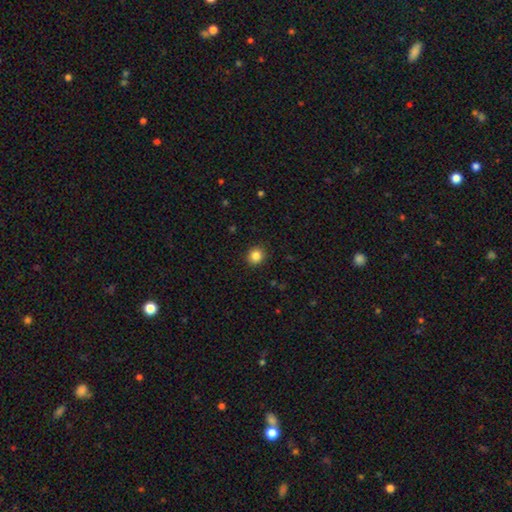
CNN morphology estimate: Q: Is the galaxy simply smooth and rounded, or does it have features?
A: smooth — 85%.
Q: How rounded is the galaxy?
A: round — 83%.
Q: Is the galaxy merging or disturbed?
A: none — 91%.